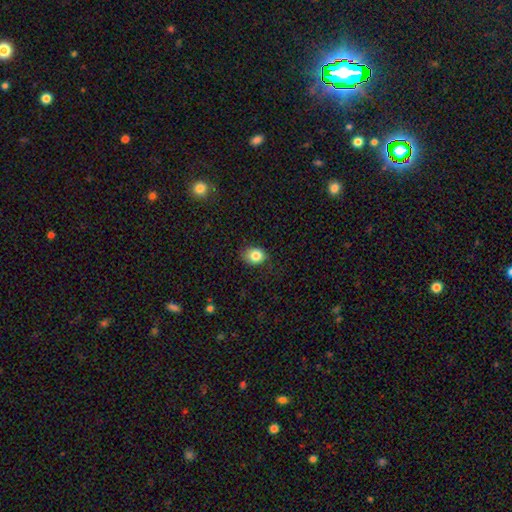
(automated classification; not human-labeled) Q: Smooth or featured?
A: smooth (83%); runner-up: star or artifact (10%)
Q: How rounded?
A: round (54%); runner-up: in between (45%)
Q: Merging?
A: none (77%); runner-up: minor disturbance (18%)